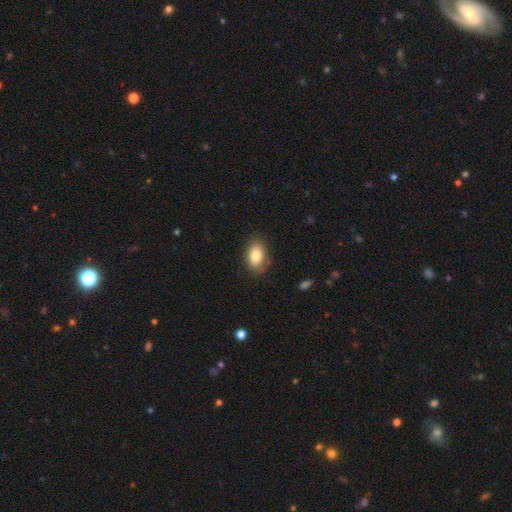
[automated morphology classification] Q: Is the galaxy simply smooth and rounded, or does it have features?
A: smooth — 84%.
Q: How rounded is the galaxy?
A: in between — 89%.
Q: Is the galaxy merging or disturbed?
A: none — 83%.